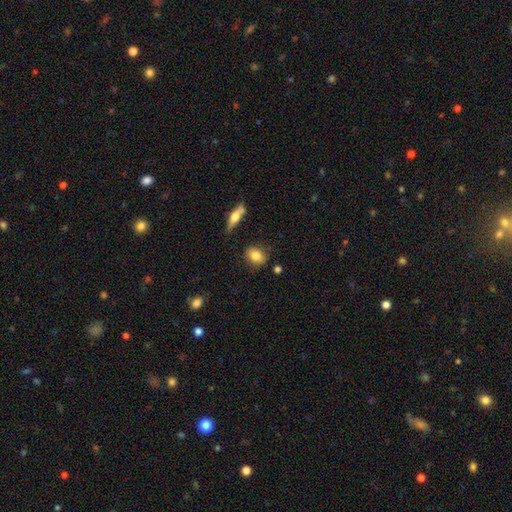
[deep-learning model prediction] A smooth galaxy with no disk features (81%) that is in between round and cigar-shaped (53%).

Vote fractions:
- Smooth or featured? smooth: 81% / featured or disk: 12% / star or artifact: 7%
- How rounded? in between: 53% / round: 44% / cigar-shaped: 3%
- Merging? none: 79% / minor disturbance: 15% / merger: 3% / major disturbance: 3%